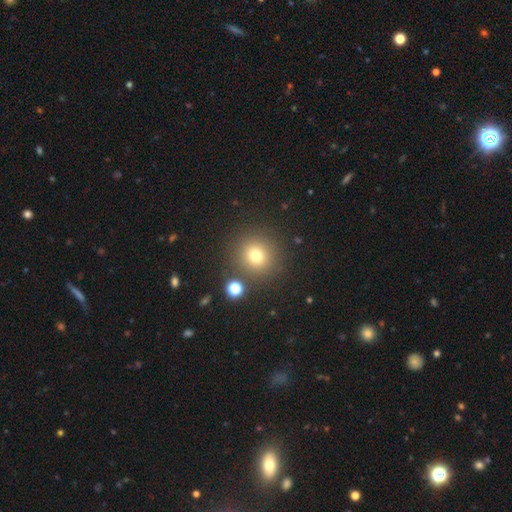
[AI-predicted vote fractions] This appears to be a smooth galaxy with no disk features (74%) that is round (93%). Merging: none (86%).